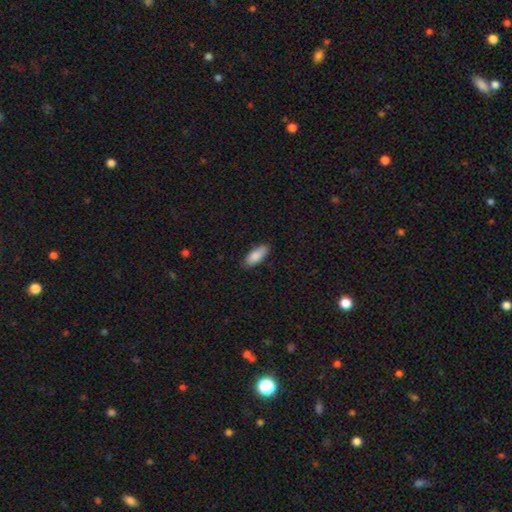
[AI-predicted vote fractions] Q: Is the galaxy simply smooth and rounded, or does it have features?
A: smooth — 87%.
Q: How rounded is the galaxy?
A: in between — 82%.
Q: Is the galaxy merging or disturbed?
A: none — 84%.